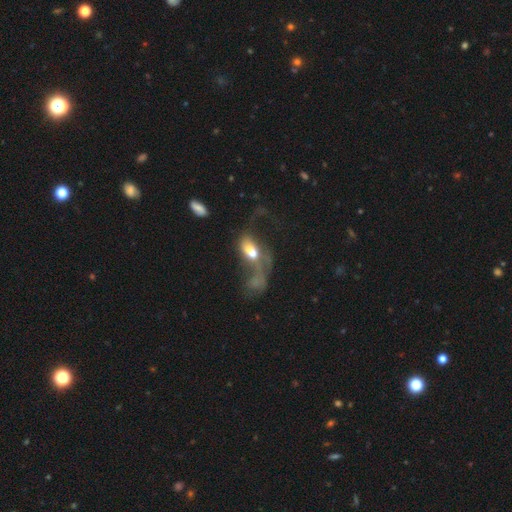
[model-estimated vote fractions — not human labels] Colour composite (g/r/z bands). It shows a featured or disk galaxy (48%). Merging: merger (48%).